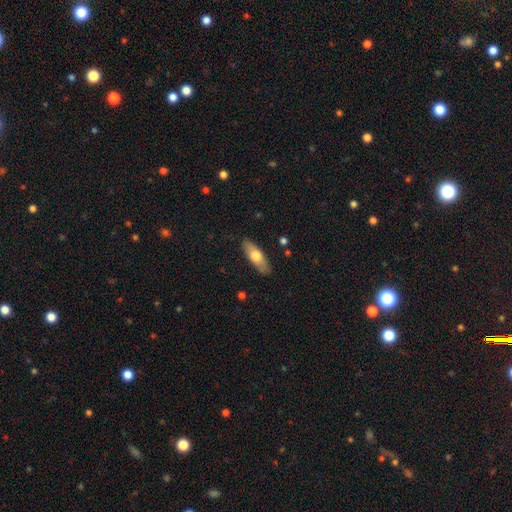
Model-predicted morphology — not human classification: smooth-or-featured: smooth: 64% | featured or disk: 30% | star or artifact: 5%
  how-rounded: in between: 63% | cigar-shaped: 34% | round: 3%
  merging: none: 86% | minor disturbance: 11% | major disturbance: 2% | merger: 1%